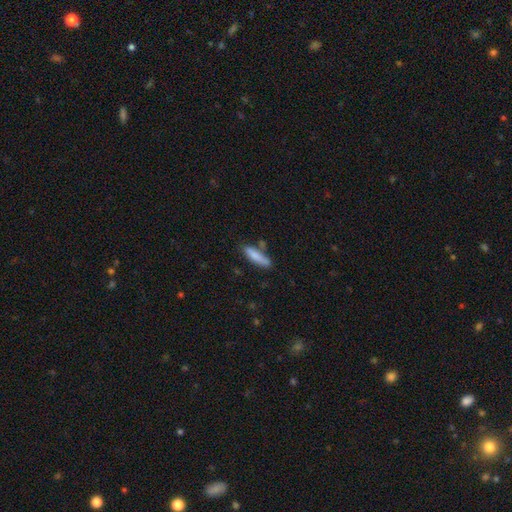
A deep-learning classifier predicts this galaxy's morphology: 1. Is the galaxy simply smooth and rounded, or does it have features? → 80% smooth, 14% featured or disk, 6% star or artifact.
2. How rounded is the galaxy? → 72% cigar-shaped, 26% in between, 2% round.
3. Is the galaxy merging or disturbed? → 68% none, 19% minor disturbance, 9% merger, 4% major disturbance.